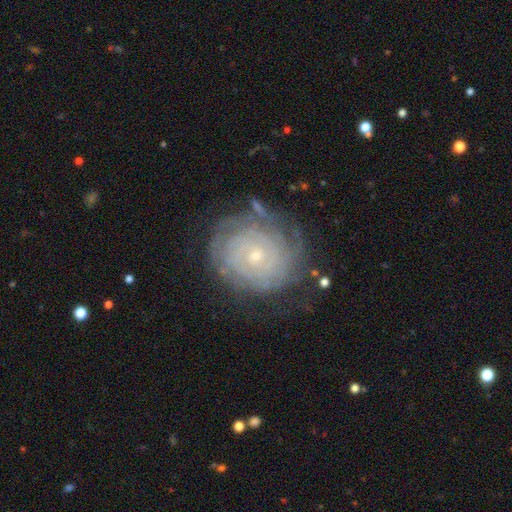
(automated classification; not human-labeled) This appears to be a featured or disk galaxy (81%) with no bar (78%), tight (87%) spiral arms (95%) and a small central bulge (78%). Merging: none (75%).